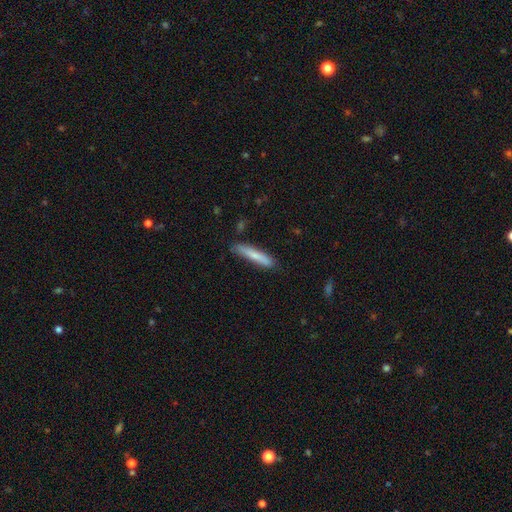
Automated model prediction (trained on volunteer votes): A smooth galaxy with no disk features (74%) that is cigar-shaped (92%). Merging: none (82%).